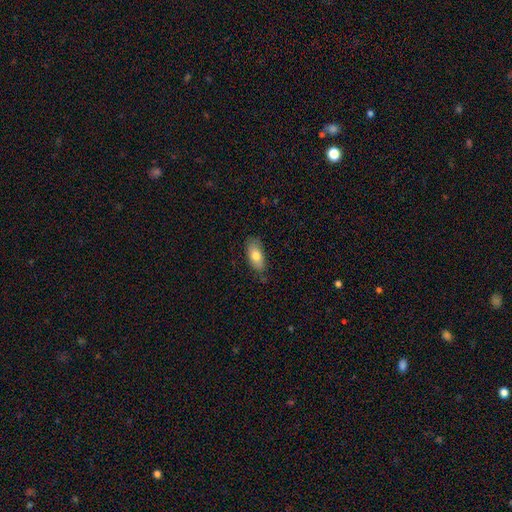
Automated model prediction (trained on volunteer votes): smooth_or_featured: smooth (p=0.77) [alt: featured or disk p=0.16]
how_rounded: in between (p=0.87) [alt: cigar-shaped p=0.09]
merging: none (p=0.77) [alt: minor disturbance p=0.18]